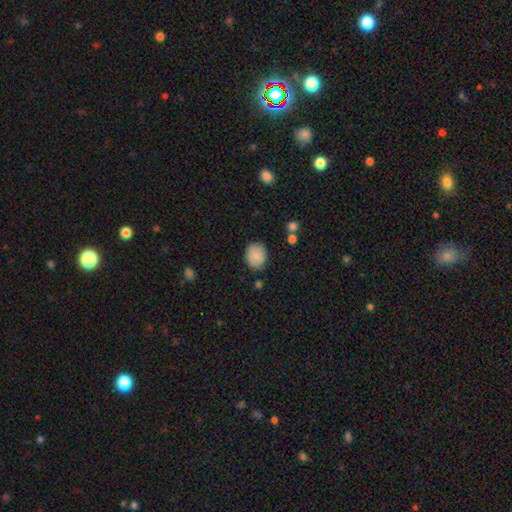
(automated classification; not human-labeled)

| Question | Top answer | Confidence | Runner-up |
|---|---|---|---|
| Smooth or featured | smooth | 86% | star or artifact (7%) |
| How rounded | round | 57% | in between (42%) |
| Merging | none | 82% | minor disturbance (13%) |